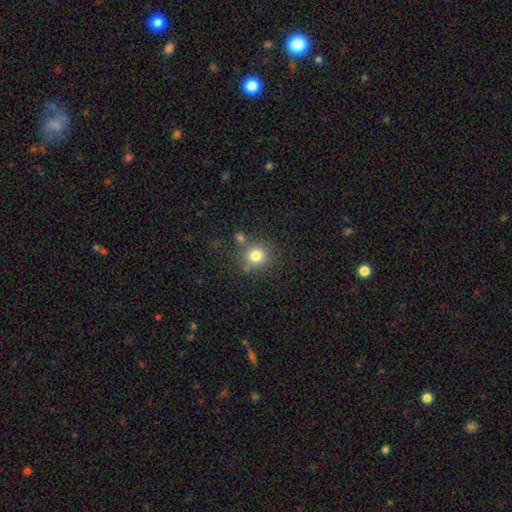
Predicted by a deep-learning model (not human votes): A smooth galaxy with no disk features (79%) that is round (88%).

Vote fractions:
- Smooth or featured? smooth: 79% / star or artifact: 12% / featured or disk: 8%
- How rounded? round: 88% / in between: 11% / cigar-shaped: 1%
- Merging? none: 73% / merger: 12% / minor disturbance: 11% / major disturbance: 4%